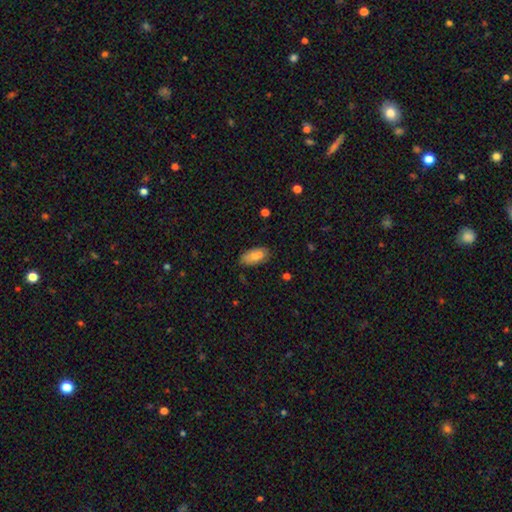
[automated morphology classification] Overall: smooth (72%). How rounded: in between (89%). Merging: none (59%; minor disturbance 21%).